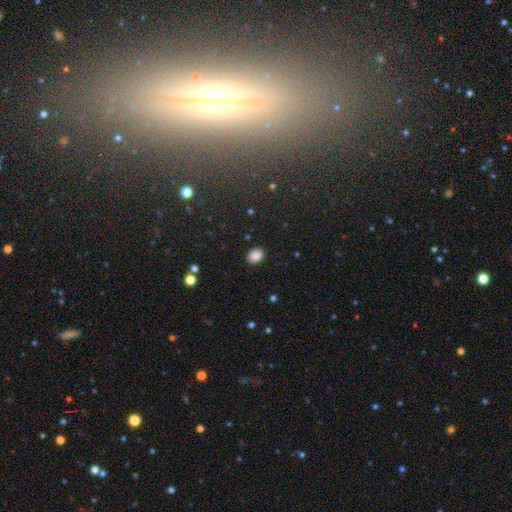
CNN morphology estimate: smooth_or_featured: smooth (p=0.88) [alt: star or artifact p=0.09]
how_rounded: in between (p=0.63) [alt: round p=0.37]
merging: none (p=0.89) [alt: minor disturbance p=0.08]